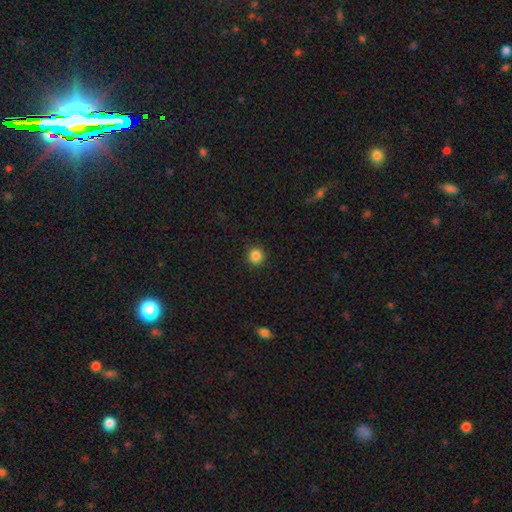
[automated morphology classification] Q: Smooth or featured?
A: smooth (85%); runner-up: star or artifact (11%)
Q: How rounded?
A: round (95%); runner-up: in between (4%)
Q: Merging?
A: none (93%); runner-up: minor disturbance (5%)